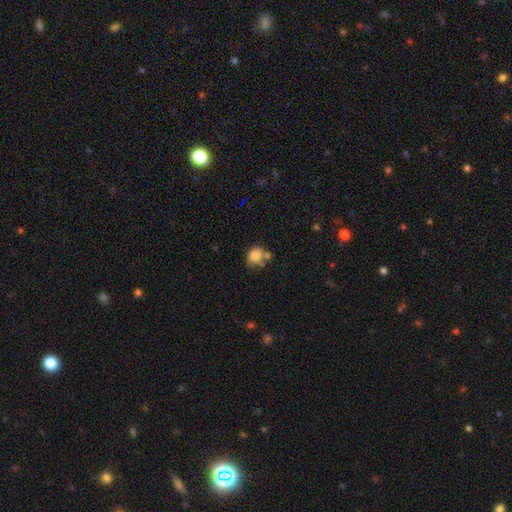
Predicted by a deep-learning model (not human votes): The model was most divided on "merging": none: 47%, merger: 25%, minor disturbance: 20%, major disturbance: 8%. More confident: smooth or featured — smooth (83%); how rounded — round (68%).